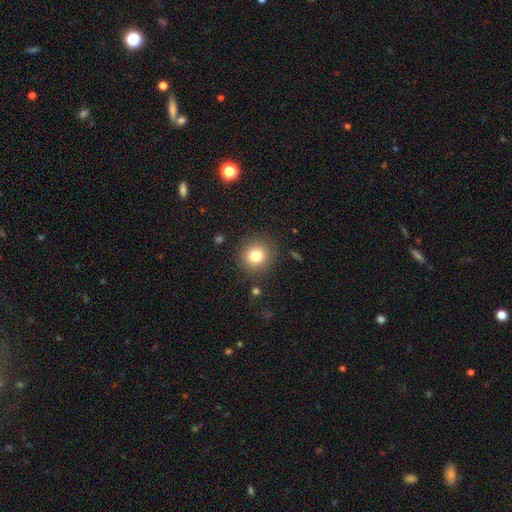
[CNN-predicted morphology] type=smooth (80%); roundness=round (90%); merging=none (88%).